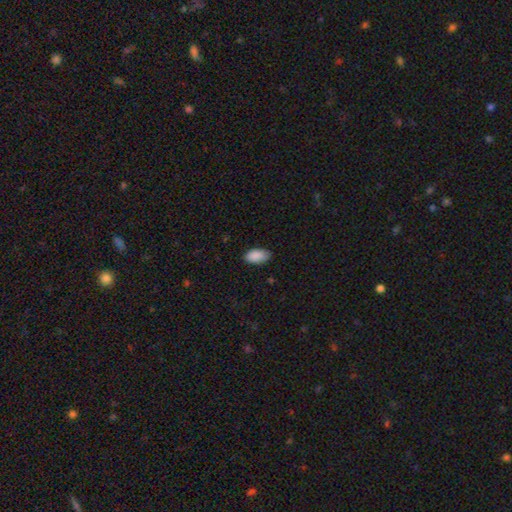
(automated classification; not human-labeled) smooth 90%, star or artifact 7%, featured or disk 4%. Down the decision tree: how rounded — in between (95%); merging — none (83%).